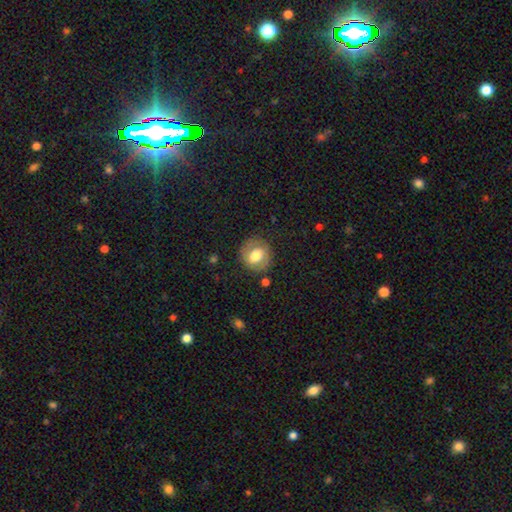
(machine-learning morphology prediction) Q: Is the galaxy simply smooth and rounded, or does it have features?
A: smooth — 61%.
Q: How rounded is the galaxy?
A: round — 73%.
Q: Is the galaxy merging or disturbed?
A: none — 80%.